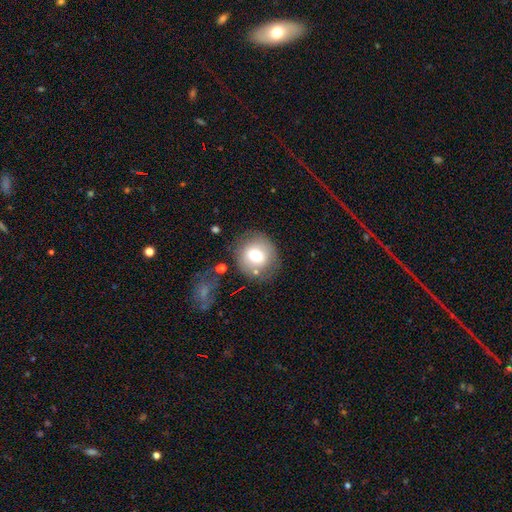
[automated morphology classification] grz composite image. It shows a smooth galaxy with no disk features (69%) that is round (82%). Merging: none (74%).